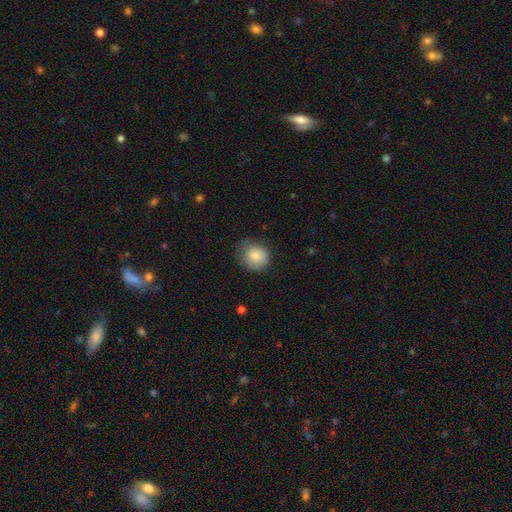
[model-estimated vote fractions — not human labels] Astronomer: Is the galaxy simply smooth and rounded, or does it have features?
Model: smooth — 82%.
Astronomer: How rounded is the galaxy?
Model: round — 76%.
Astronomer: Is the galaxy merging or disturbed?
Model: none — 62%.